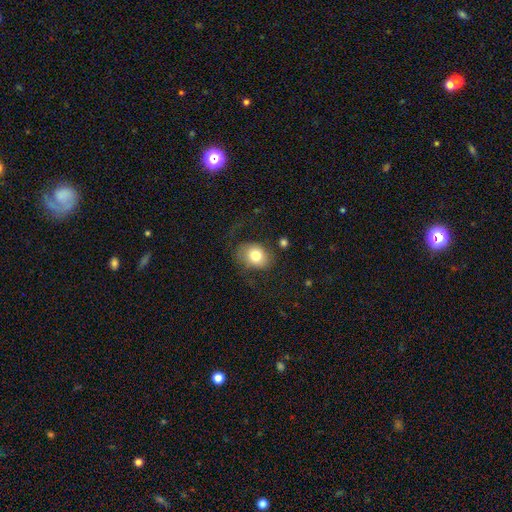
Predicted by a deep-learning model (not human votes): Overall: smooth (74%). How rounded: in between (52%; round 47%). Merging: none (59%; minor disturbance 20%).